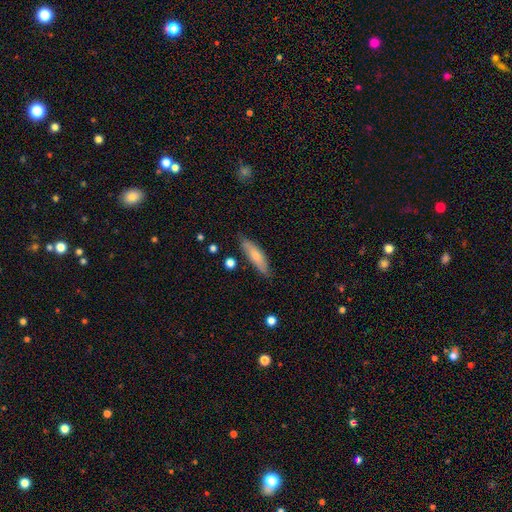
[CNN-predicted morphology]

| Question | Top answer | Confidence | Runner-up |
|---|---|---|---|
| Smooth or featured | smooth | 66% | featured or disk (28%) |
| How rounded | cigar-shaped | 65% | in between (33%) |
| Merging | none | 79% | minor disturbance (16%) |